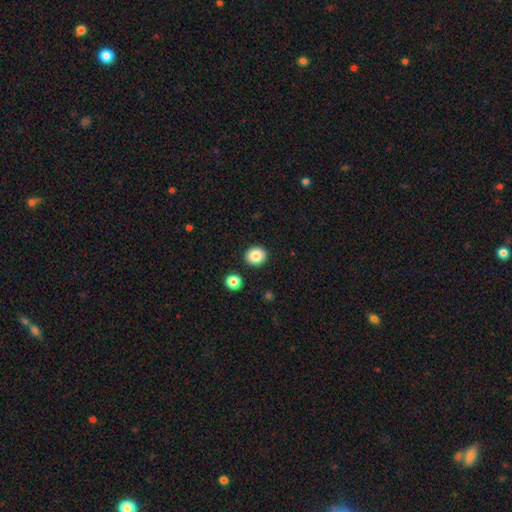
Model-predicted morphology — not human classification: Q: Smooth or featured?
A: smooth (86%); runner-up: star or artifact (9%)
Q: How rounded?
A: round (85%); runner-up: in between (14%)
Q: Merging?
A: none (91%); runner-up: minor disturbance (5%)